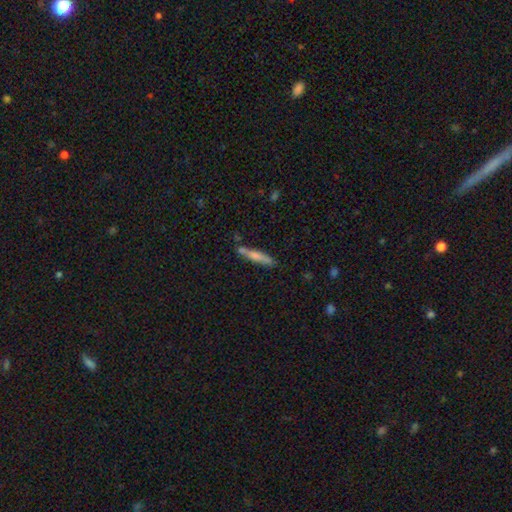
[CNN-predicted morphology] type=smooth (62%); roundness=cigar-shaped (91%); merging=none (70%).